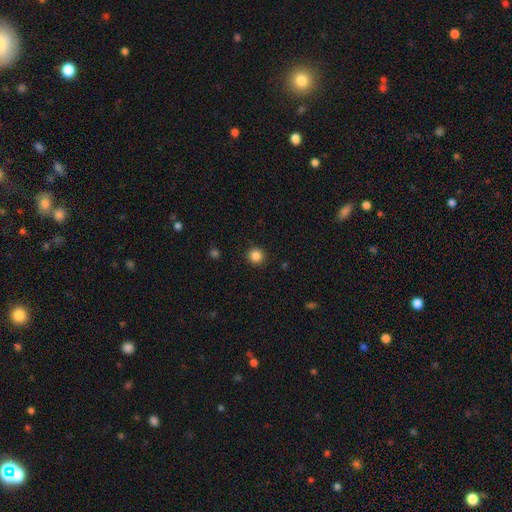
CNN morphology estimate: Smooth or featured? Predicted: smooth (p=0.86). How rounded? Predicted: round (p=0.94). Merging? Predicted: none (p=0.91).